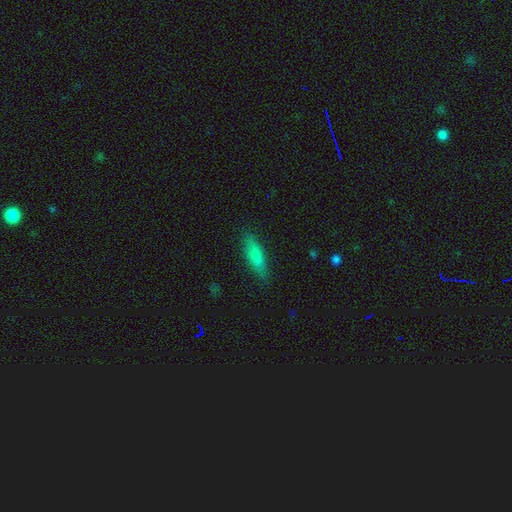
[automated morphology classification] This appears to be a smooth galaxy with no disk features (75%) that is cigar-shaped (63%). Merging: none (82%).